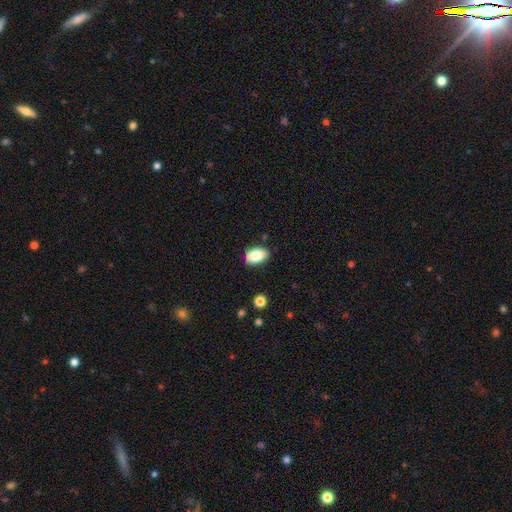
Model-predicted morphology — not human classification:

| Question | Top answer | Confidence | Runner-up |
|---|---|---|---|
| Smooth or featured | smooth | 85% | star or artifact (8%) |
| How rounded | in between | 90% | round (8%) |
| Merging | none | 82% | minor disturbance (14%) |